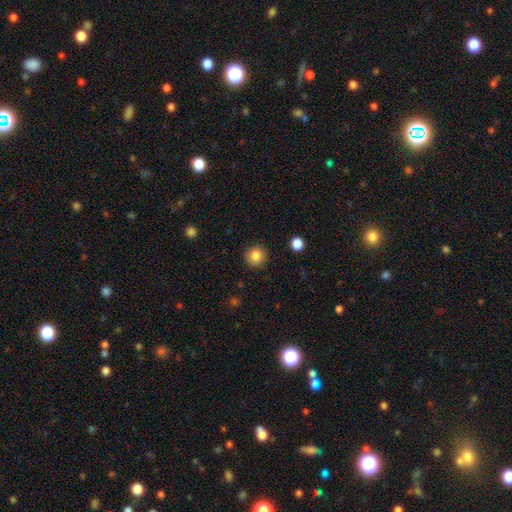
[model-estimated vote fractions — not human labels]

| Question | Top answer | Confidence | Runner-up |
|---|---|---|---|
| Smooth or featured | smooth | 84% | star or artifact (10%) |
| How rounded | round | 94% | in between (5%) |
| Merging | none | 91% | minor disturbance (6%) |